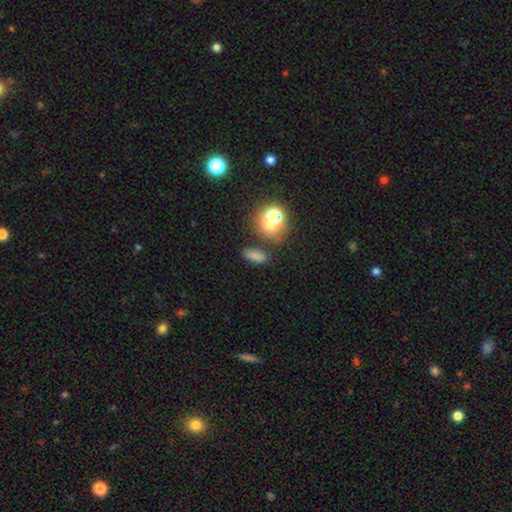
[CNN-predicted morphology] type=smooth (70%); roundness=in between (77%); merging=none (75%).